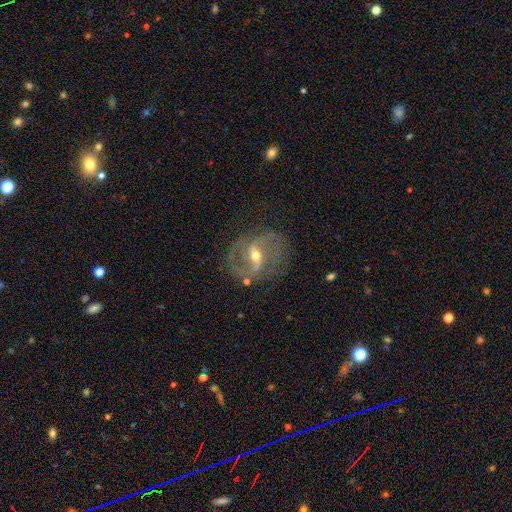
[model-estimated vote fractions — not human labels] A featured or disk galaxy (86%) with a weak bar (44%), 2 (87%) medium (45%) spiral arms (92%) and a moderate central bulge (60%). Merging: none (66%).